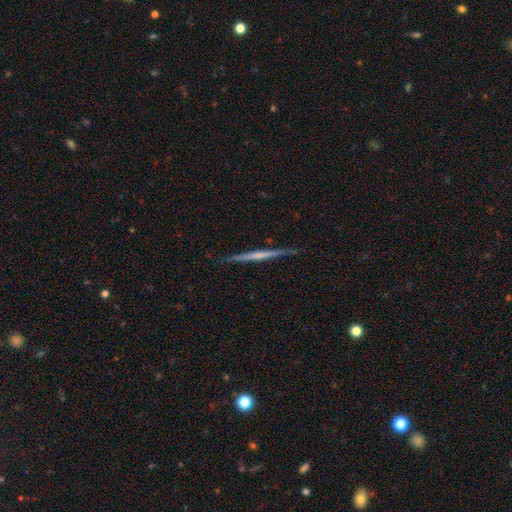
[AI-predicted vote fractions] Smooth or featured?
  - featured or disk: 64% *
  - smooth: 30%
  - star or artifact: 5%
Edge-on disk?
  - yes: 98% *
  - no: 2%
Edge-on bulge?
  - none: 74% *
  - rounded: 16%
  - boxy: 9%
Merging?
  - none: 89% *
  - minor disturbance: 8%
  - major disturbance: 2%
  - merger: 1%